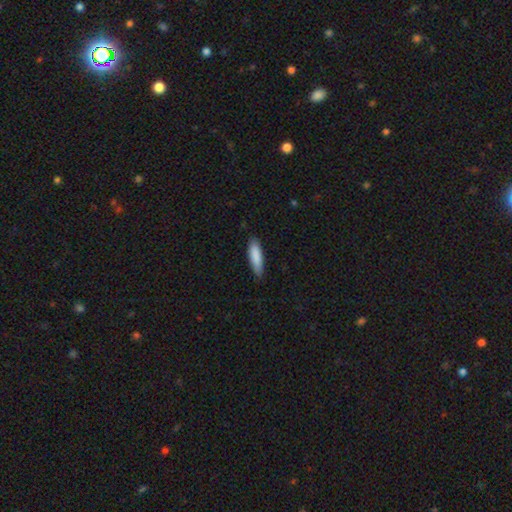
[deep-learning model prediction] Smooth or featured: smooth — 87% (featured or disk — 8%)
How rounded: cigar-shaped — 69% (in between — 30%)
Merging: none — 83% (minor disturbance — 14%)